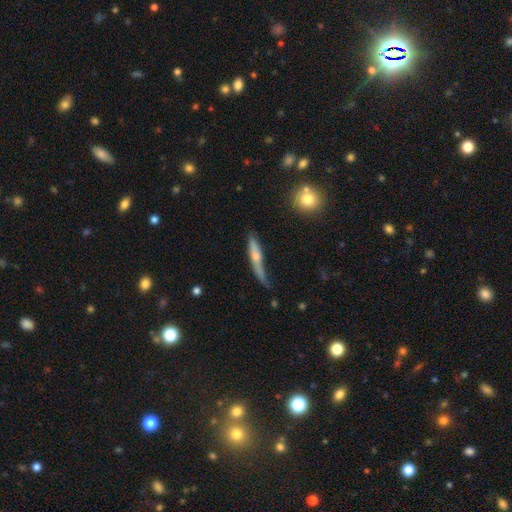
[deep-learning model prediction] smooth 52%, featured or disk 41%, star or artifact 7%. Down the decision tree: how rounded — cigar-shaped (87%); merging — none (45%).